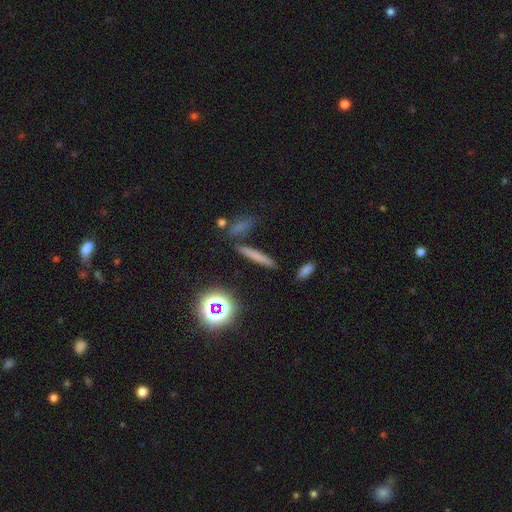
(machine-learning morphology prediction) Q: Smooth or featured?
A: smooth (65%); runner-up: featured or disk (19%)
Q: How rounded?
A: cigar-shaped (88%); runner-up: in between (7%)
Q: Merging?
A: none (84%); runner-up: minor disturbance (8%)